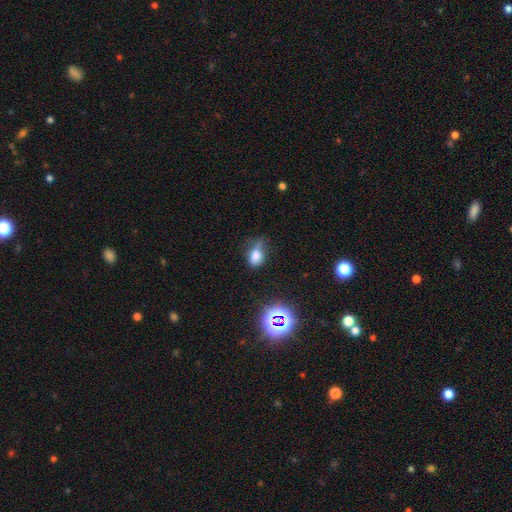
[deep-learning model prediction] Q: Smooth or featured?
A: smooth (74%); runner-up: star or artifact (16%)
Q: How rounded?
A: in between (76%); runner-up: round (22%)
Q: Merging?
A: minor disturbance (39%); runner-up: none (35%)